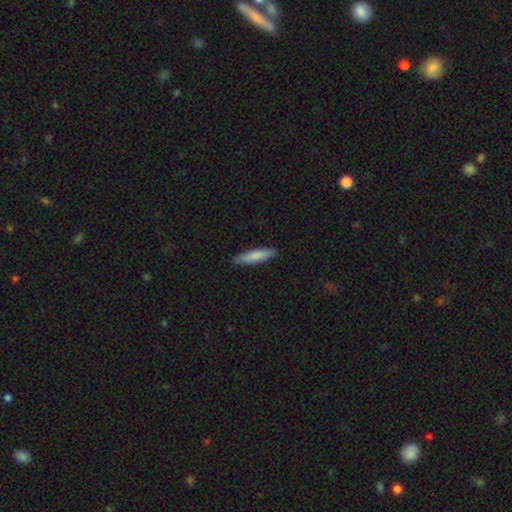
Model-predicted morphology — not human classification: A smooth galaxy with no disk features (82%) that is cigar-shaped (76%).

Vote fractions:
- Smooth or featured? smooth: 82% / featured or disk: 13% / star or artifact: 5%
- How rounded? cigar-shaped: 76% / in between: 23% / round: 1%
- Merging? none: 87% / minor disturbance: 10% / major disturbance: 2% / merger: 1%